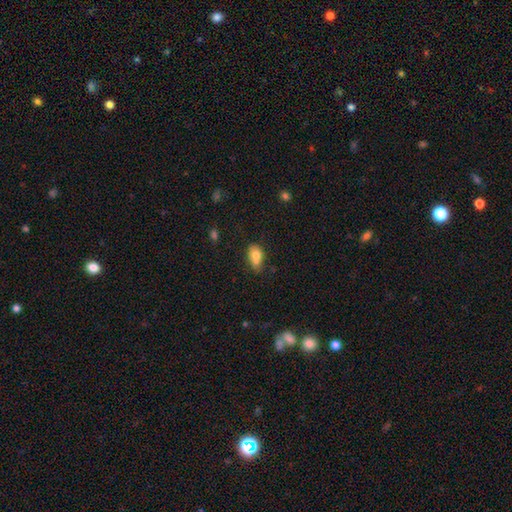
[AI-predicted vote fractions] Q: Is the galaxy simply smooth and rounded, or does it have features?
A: smooth — 75%.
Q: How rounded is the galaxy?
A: in between — 77%.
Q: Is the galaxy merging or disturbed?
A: none — 39%.